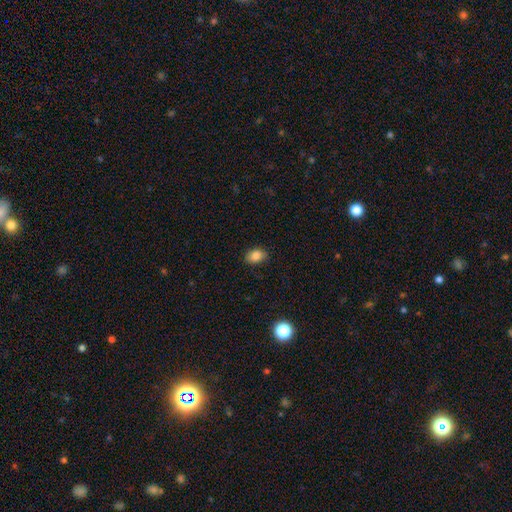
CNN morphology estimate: Smooth or featured?
  - smooth: 85% *
  - star or artifact: 10%
  - featured or disk: 5%
How rounded?
  - in between: 75% *
  - round: 24%
  - cigar-shaped: 1%
Merging?
  - none: 85% *
  - minor disturbance: 11%
  - major disturbance: 2%
  - merger: 1%